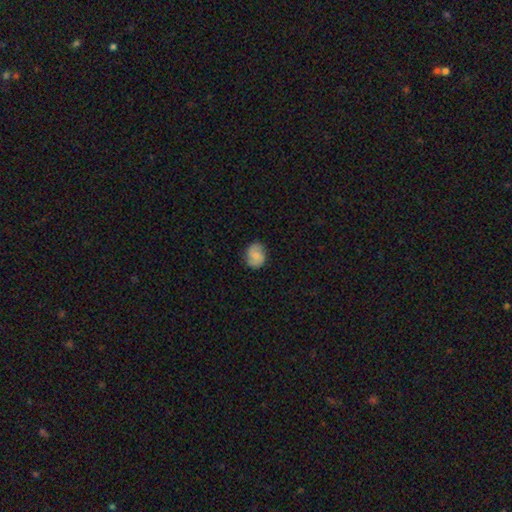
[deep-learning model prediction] smooth_or_featured: smooth (p=0.50) [alt: featured or disk p=0.42]
how_rounded: round (p=0.63) [alt: in between p=0.36]
merging: none (p=0.81) [alt: minor disturbance p=0.14]